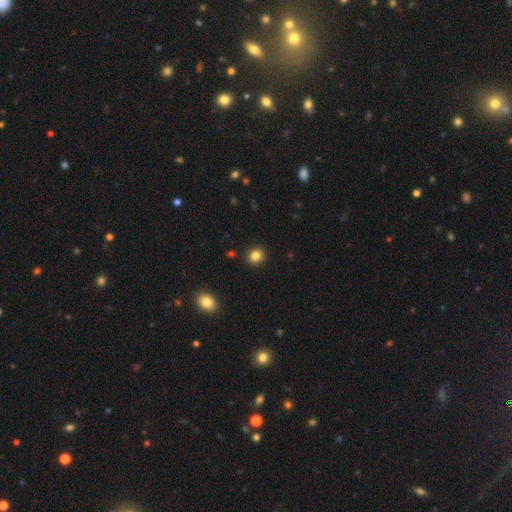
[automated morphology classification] Smooth or featured? smooth (84%)
How rounded? round (82%)
Merging? none (91%)